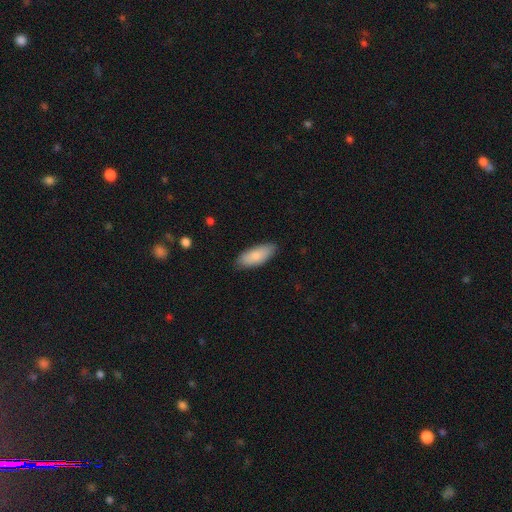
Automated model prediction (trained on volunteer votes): This appears to be a smooth galaxy with no disk features (83%) that is in between round and cigar-shaped (80%). Merging: none (82%).